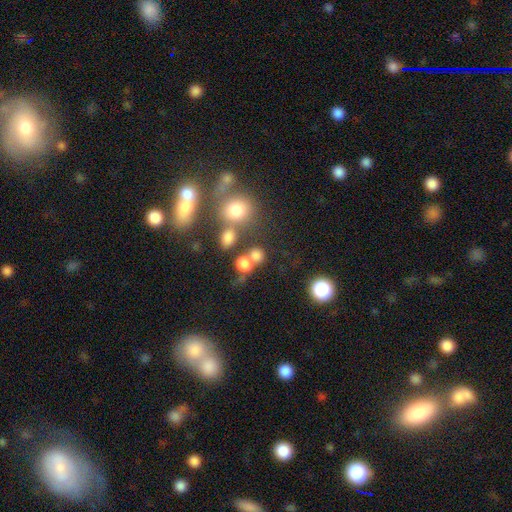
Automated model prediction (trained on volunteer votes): Smooth or featured? smooth (75%)
How rounded? round (77%)
Merging? none (44%)